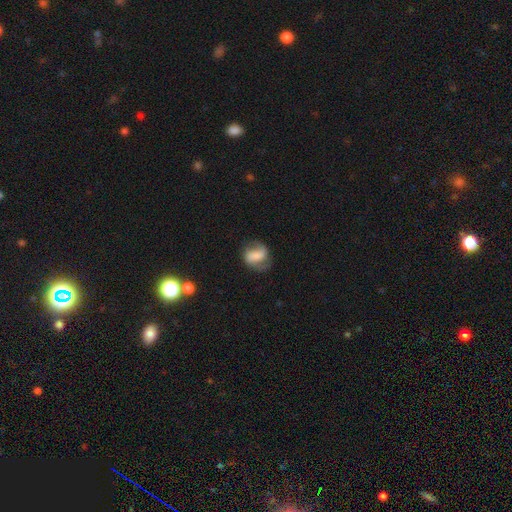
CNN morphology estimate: Overall: featured or disk (48%; smooth 43%). Merging: none (58%; minor disturbance 25%).